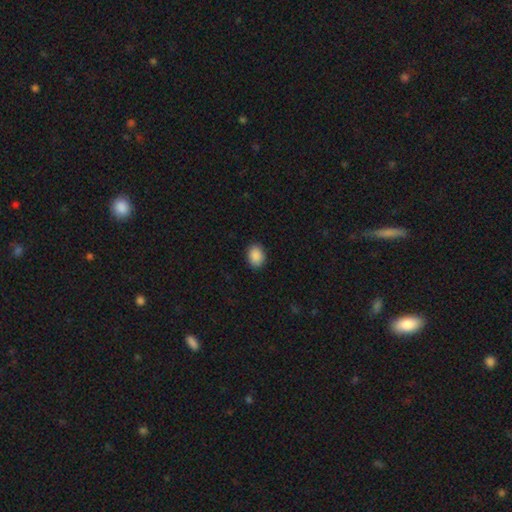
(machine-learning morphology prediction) Overall: smooth (89%). How rounded: in between (63%; round 36%). Merging: none (88%).